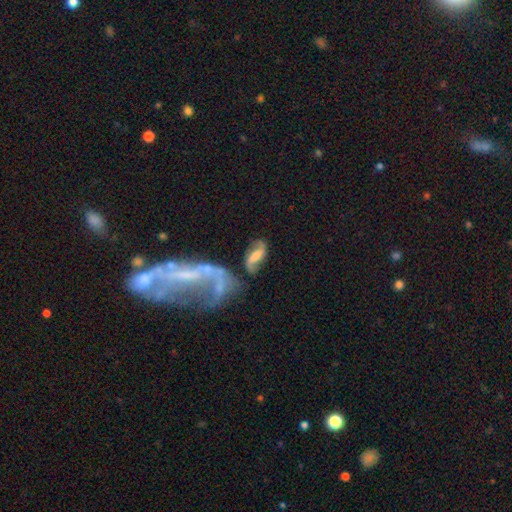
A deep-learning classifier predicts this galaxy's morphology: Smooth or featured? Predicted: featured or disk (p=0.72). Edge-on disk? Predicted: no (p=0.94). Bar? Predicted: weak (p=0.45). Spiral arms? Predicted: yes (p=0.89). Spiral winding? Predicted: loose (p=0.69). Spiral arm count? Predicted: 2 (p=0.89). Bulge size? Predicted: moderate (p=0.39). Merging? Predicted: none (p=0.52).